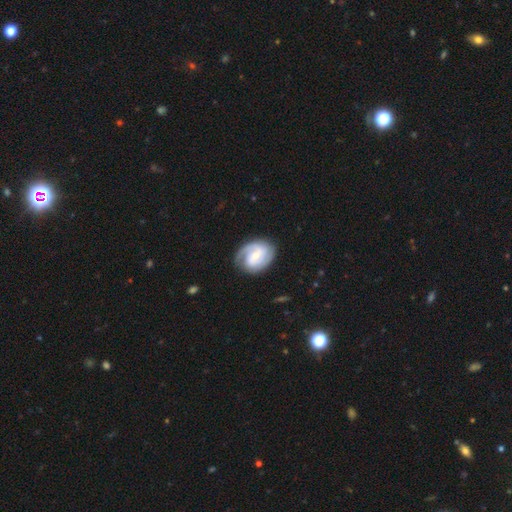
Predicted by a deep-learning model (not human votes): Smooth or featured?
  - featured or disk: 80% *
  - smooth: 15%
  - star or artifact: 5%
Edge-on disk?
  - no: 97% *
  - yes: 3%
Bar?
  - weak: 48% *
  - no: 32%
  - strong: 20%
Spiral arms?
  - yes: 94% *
  - no: 6%
Spiral winding?
  - tight: 45% *
  - medium: 41%
  - loose: 14%
Spiral arm count?
  - 2: 66% *
  - can't tell: 13%
  - 3: 11%
  - 1: 6%
  - 4: 2%
  - more than 4: 2%
Bulge size?
  - small: 51% *
  - moderate: 44%
  - large: 2%
  - none: 2%
  - dominant: 1%
Merging?
  - none: 77% *
  - minor disturbance: 16%
  - major disturbance: 6%
  - merger: 1%